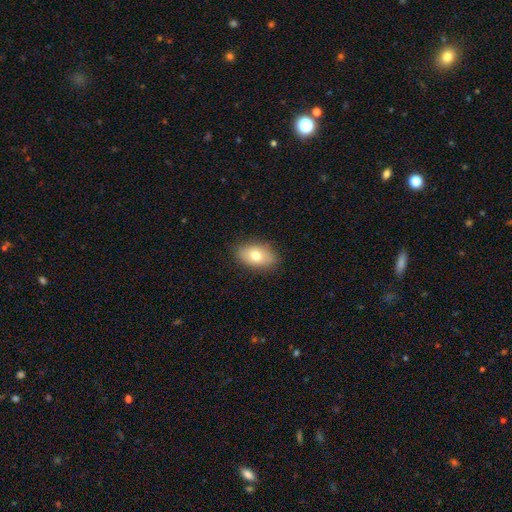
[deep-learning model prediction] Smooth or featured? smooth (74%)
How rounded? in between (90%)
Merging? none (85%)